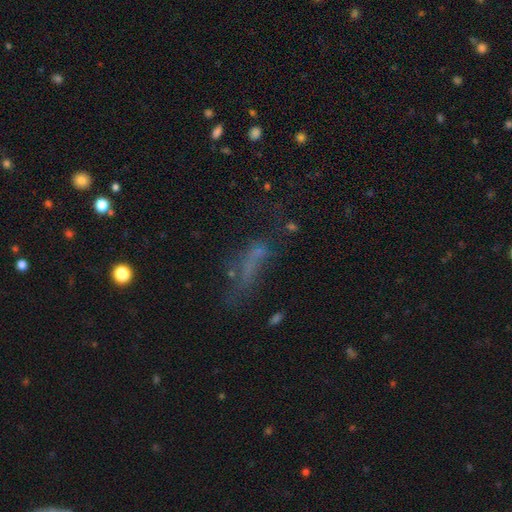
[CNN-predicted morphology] Smooth or featured?
  - smooth: 45% *
  - featured or disk: 29%
  - star or artifact: 26%
Merging?
  - none: 38% *
  - major disturbance: 32%
  - minor disturbance: 21%
  - merger: 8%